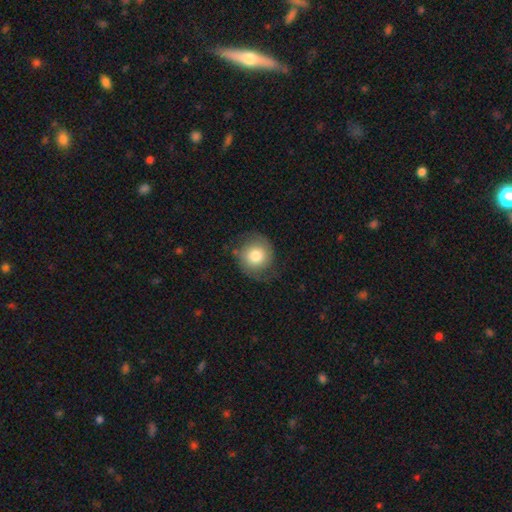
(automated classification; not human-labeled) Morphology: type=smooth (61%); roundness=round (88%); merging=none (67%).